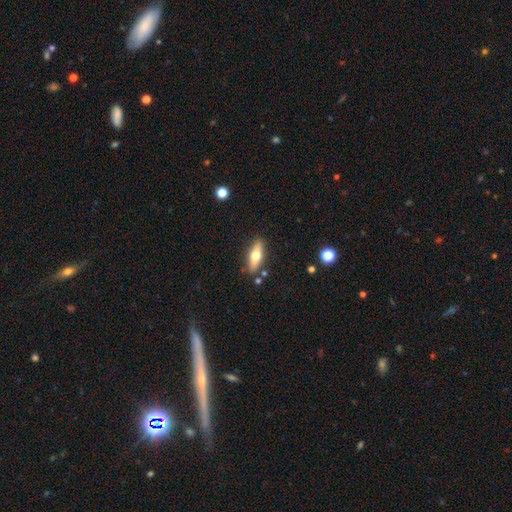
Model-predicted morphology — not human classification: smooth 53%, featured or disk 40%, star or artifact 6%. Down the decision tree: how rounded — in between (53%); merging — none (83%).